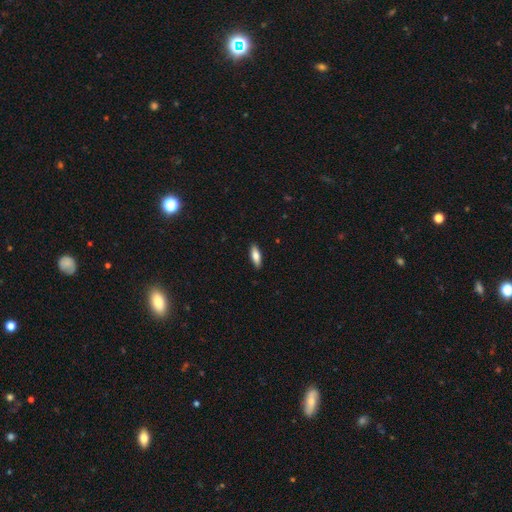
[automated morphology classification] type=smooth (78%); roundness=in between (69%); merging=none (89%).